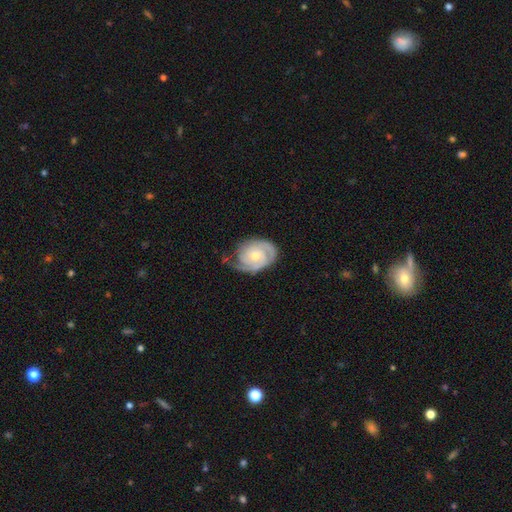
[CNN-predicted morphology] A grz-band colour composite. It shows a featured or disk galaxy (84%) with no bar (74%), 2 (51%) tight (69%) spiral arms (96%) and a moderate central bulge (48%, tied with small). Merging: none (64%).